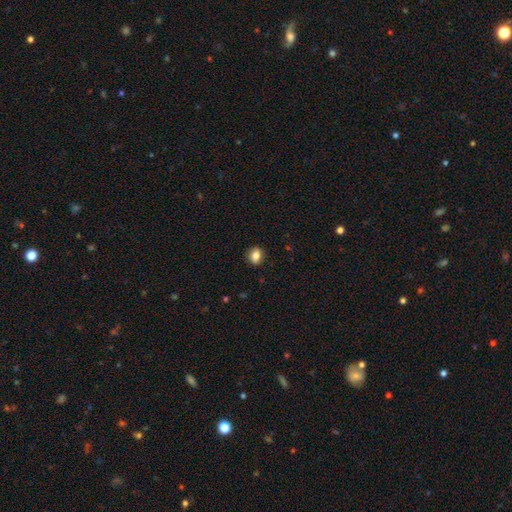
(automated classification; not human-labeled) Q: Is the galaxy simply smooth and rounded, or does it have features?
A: smooth — 81%.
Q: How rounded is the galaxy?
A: round — 65%.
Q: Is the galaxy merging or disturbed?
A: none — 89%.